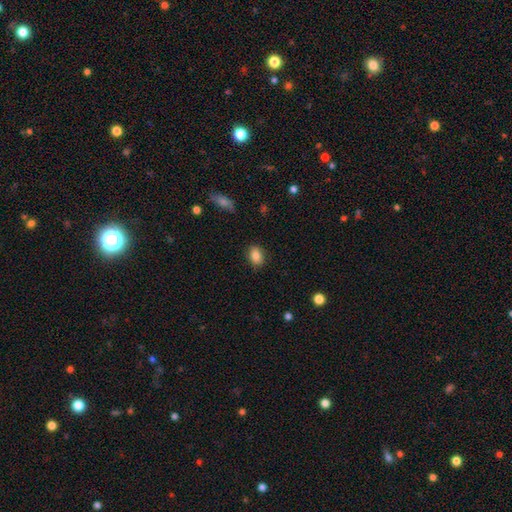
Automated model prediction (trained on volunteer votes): Q: Smooth or featured?
A: smooth (85%); runner-up: star or artifact (8%)
Q: How rounded?
A: in between (75%); runner-up: round (23%)
Q: Merging?
A: none (85%); runner-up: minor disturbance (11%)